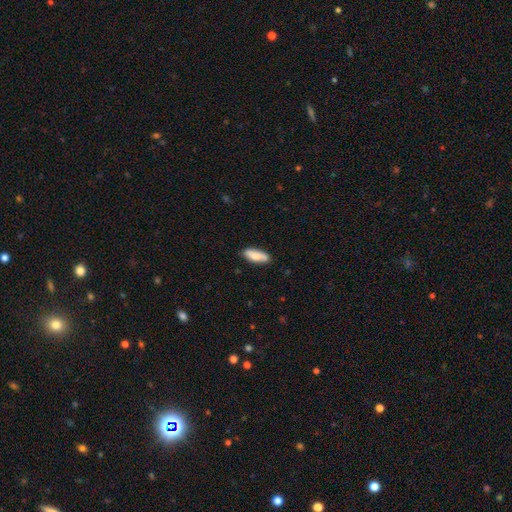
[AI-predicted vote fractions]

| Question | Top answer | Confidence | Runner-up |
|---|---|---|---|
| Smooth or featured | smooth | 78% | featured or disk (16%) |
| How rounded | in between | 68% | cigar-shaped (30%) |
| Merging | none | 79% | minor disturbance (16%) |